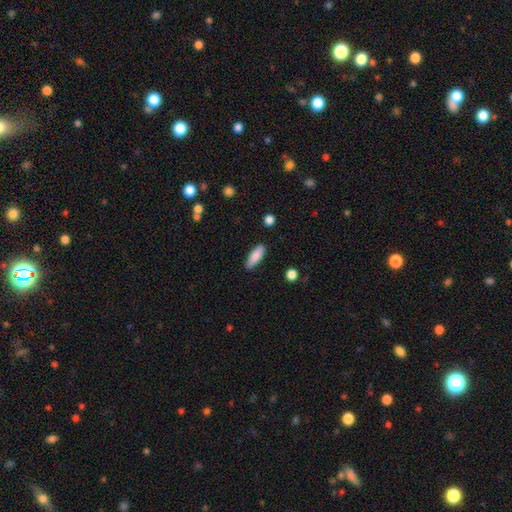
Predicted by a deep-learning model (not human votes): This appears to be a smooth galaxy with no disk features (84%) that is in between round and cigar-shaped (57%). Merging: none (87%).